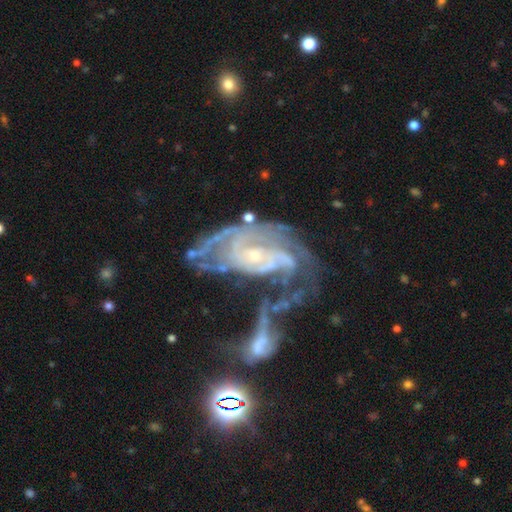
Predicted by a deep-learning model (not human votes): smooth_or_featured: featured or disk (p=0.88) [alt: star or artifact p=0.07]
disk_edge_on: no (p=0.97) [alt: yes p=0.03]
bar: no (p=0.60) [alt: weak p=0.30]
has_spiral_arms: yes (p=0.95) [alt: no p=0.05]
spiral_winding: tight (p=0.55) [alt: medium p=0.34]
spiral_arm_count: can't tell (p=0.31) [alt: 2 p=0.28]
bulge_size: small (p=0.73) [alt: moderate p=0.21]
merging: merger (p=0.32) [alt: major disturbance p=0.28]